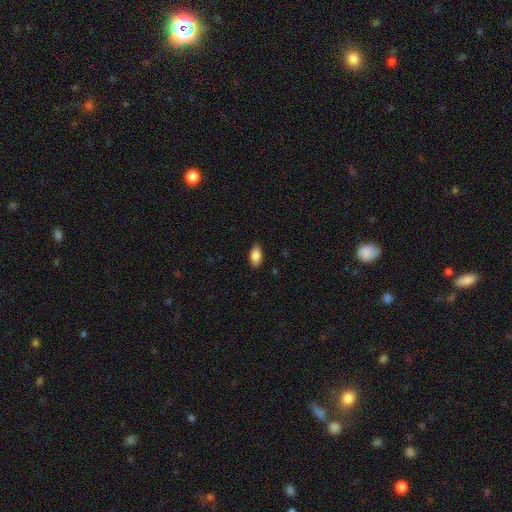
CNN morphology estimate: smooth_or_featured: smooth (p=0.86) [alt: featured or disk p=0.07]
how_rounded: in between (p=0.91) [alt: cigar-shaped p=0.05]
merging: none (p=0.85) [alt: minor disturbance p=0.12]